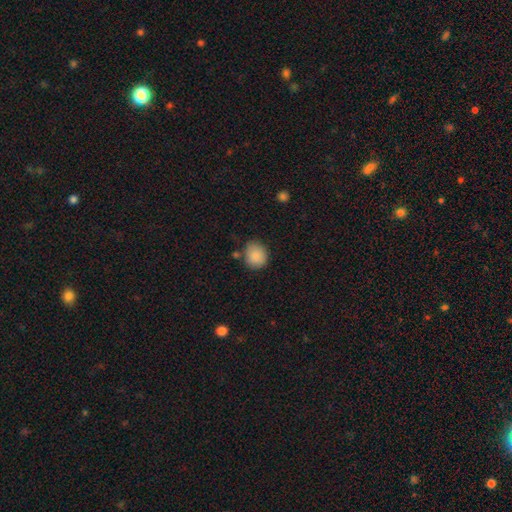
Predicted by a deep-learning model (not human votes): Smooth or featured? smooth (87%)
How rounded? round (72%)
Merging? none (73%)